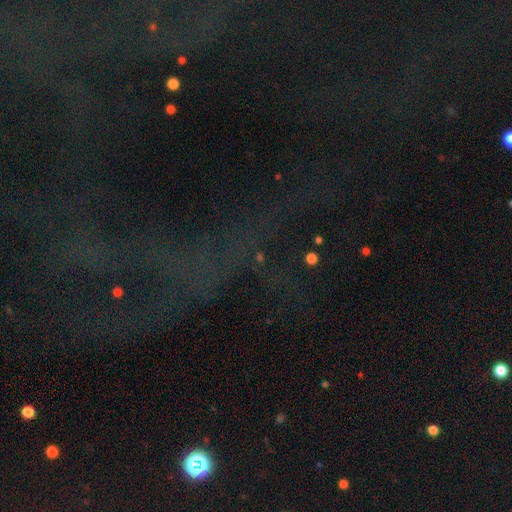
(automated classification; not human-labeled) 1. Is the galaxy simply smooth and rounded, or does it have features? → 75% star or artifact, 13% featured or disk, 12% smooth.